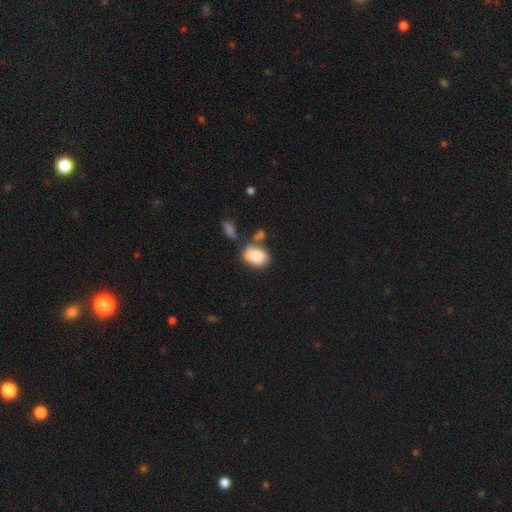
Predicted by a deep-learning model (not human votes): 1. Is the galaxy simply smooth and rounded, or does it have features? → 75% smooth, 17% featured or disk, 8% star or artifact.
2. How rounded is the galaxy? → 77% in between, 22% round, 1% cigar-shaped.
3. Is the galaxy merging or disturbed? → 43% none, 25% minor disturbance, 22% merger, 10% major disturbance.